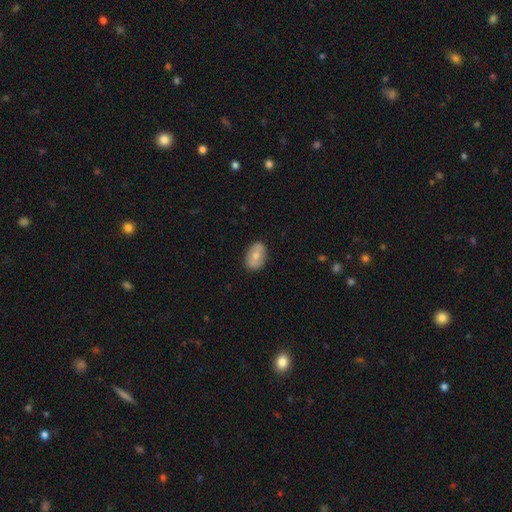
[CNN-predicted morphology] type=smooth (67%); roundness=in between (84%); merging=none (82%).